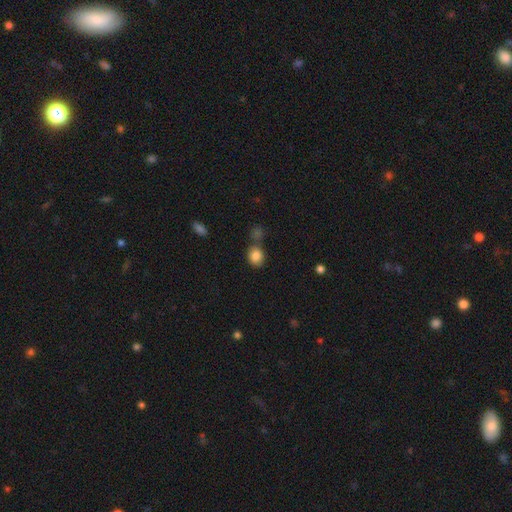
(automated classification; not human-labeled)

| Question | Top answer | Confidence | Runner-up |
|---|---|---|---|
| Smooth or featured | smooth | 85% | star or artifact (9%) |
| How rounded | round | 59% | in between (40%) |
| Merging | none | 60% | merger (21%) |